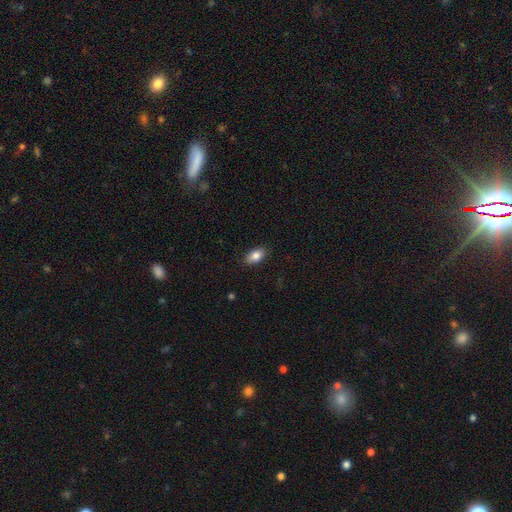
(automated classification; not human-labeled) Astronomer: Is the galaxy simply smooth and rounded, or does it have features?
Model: smooth — 85%.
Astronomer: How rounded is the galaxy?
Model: in between — 90%.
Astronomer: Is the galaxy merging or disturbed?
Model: none — 86%.